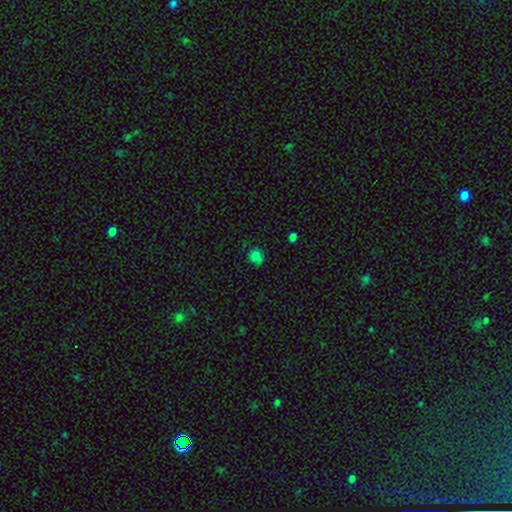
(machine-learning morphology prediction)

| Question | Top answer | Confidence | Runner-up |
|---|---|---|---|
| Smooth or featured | smooth | 79% | star or artifact (16%) |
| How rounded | round | 78% | in between (21%) |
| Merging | none | 69% | minor disturbance (24%) |